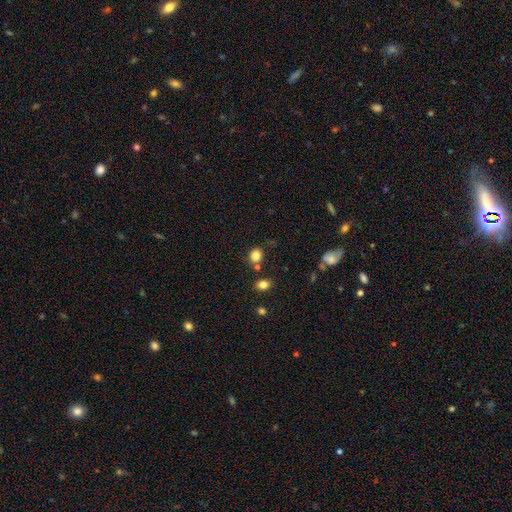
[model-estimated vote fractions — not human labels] A smooth galaxy with no disk features (83%) that is round (68%). Merging: none (73%).